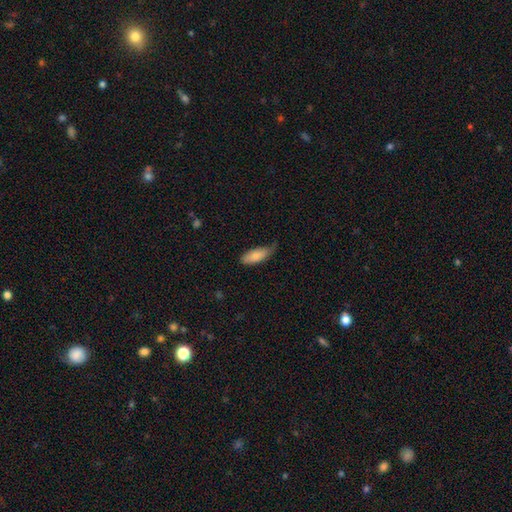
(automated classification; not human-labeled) The model was most divided on "merging": none: 47%, minor disturbance: 42%, major disturbance: 9%, merger: 2%. More confident: smooth or featured — smooth (83%); how rounded — in between (78%).